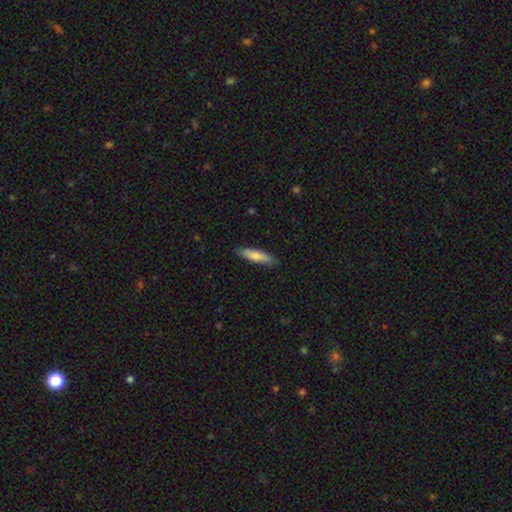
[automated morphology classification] Q: Smooth or featured?
A: smooth (80%); runner-up: featured or disk (14%)
Q: How rounded?
A: cigar-shaped (76%); runner-up: in between (23%)
Q: Merging?
A: none (86%); runner-up: minor disturbance (11%)